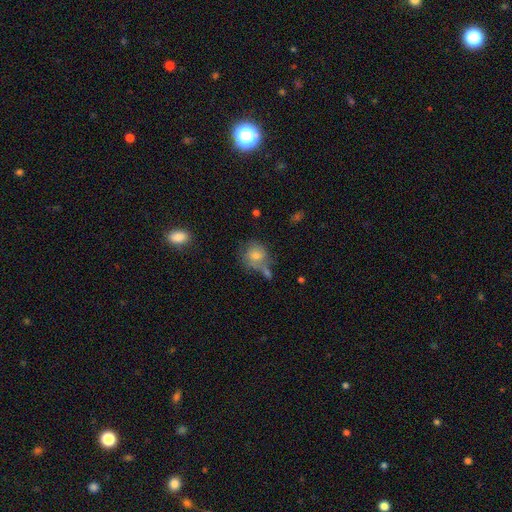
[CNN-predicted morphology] smooth-or-featured: smooth: 61% | featured or disk: 27% | star or artifact: 12%
  how-rounded: round: 76% | in between: 23% | cigar-shaped: 1%
  merging: none: 51% | minor disturbance: 21% | merger: 18% | major disturbance: 10%